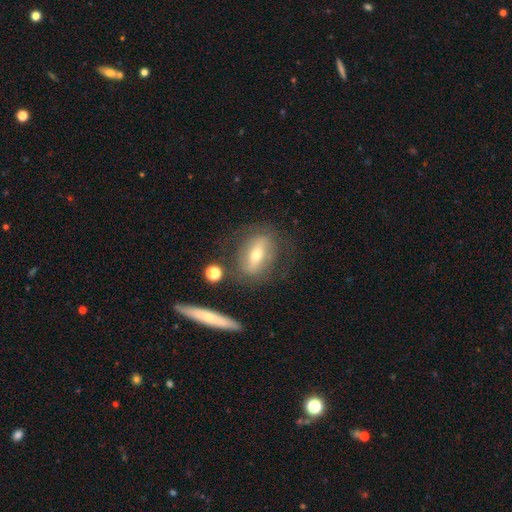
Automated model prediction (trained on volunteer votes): Smooth or featured?
  - featured or disk: 53% *
  - smooth: 39%
  - star or artifact: 8%
Edge-on disk?
  - no: 69% *
  - yes: 31%
Merging?
  - none: 70% *
  - minor disturbance: 15%
  - major disturbance: 9%
  - merger: 5%